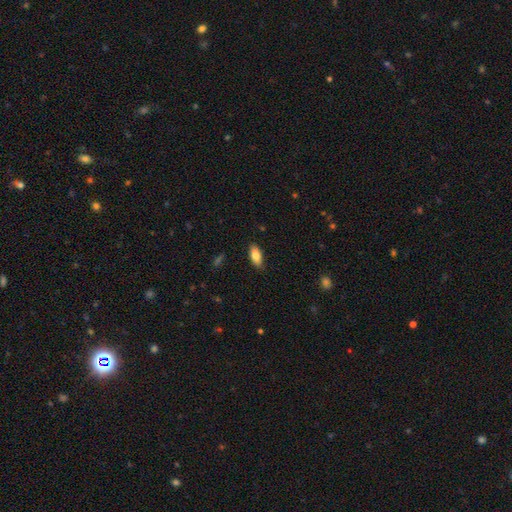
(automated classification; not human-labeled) smooth_or_featured: smooth (p=0.80) [alt: featured or disk p=0.14]
how_rounded: in between (p=0.88) [alt: cigar-shaped p=0.10]
merging: none (p=0.86) [alt: minor disturbance p=0.11]